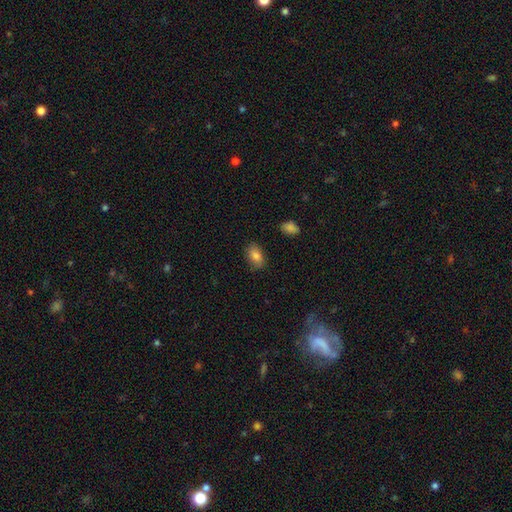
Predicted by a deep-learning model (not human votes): Smooth or featured? Predicted: smooth (p=0.85). How rounded? Predicted: in between (p=0.89). Merging? Predicted: none (p=0.84).